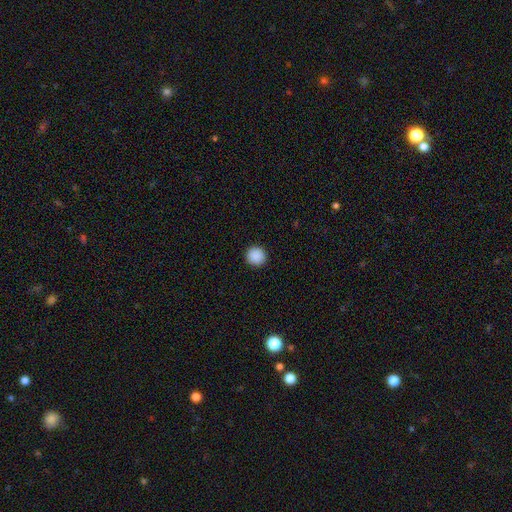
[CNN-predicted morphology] The model was most divided on "smooth or featured": smooth: 89%, star or artifact: 9%, featured or disk: 2%. More confident: how rounded — round (95%); merging — none (93%).